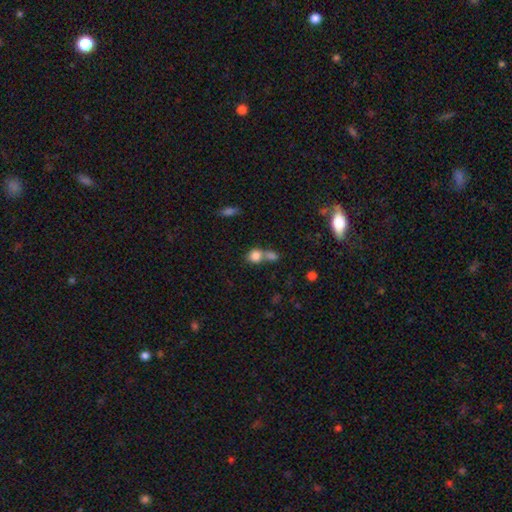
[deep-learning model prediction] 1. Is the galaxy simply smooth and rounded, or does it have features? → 81% smooth, 10% star or artifact, 8% featured or disk.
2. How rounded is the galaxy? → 72% round, 26% in between, 2% cigar-shaped.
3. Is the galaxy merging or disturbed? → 56% merger, 34% none, 7% minor disturbance, 4% major disturbance.